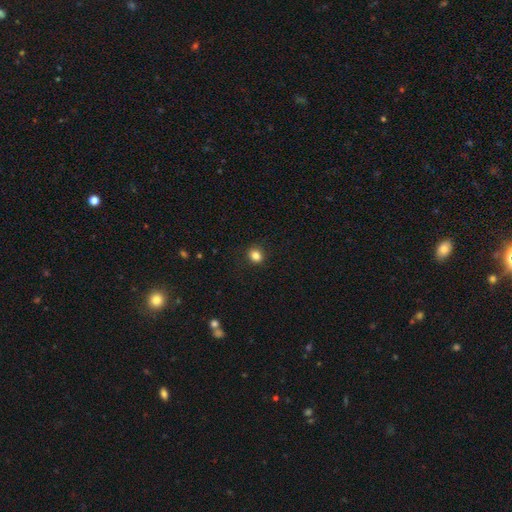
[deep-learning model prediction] This is clearly a smooth galaxy (84%). How rounded: likely round (75%). Merging: clearly none (89%).